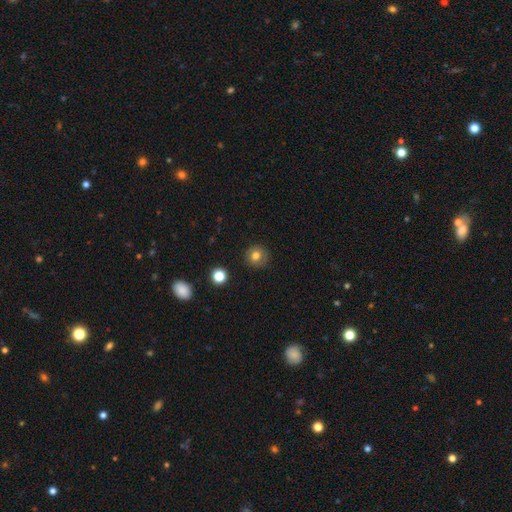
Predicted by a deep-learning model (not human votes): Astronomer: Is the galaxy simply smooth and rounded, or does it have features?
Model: smooth — 76%.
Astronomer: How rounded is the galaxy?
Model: round — 91%.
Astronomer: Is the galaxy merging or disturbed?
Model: none — 86%.